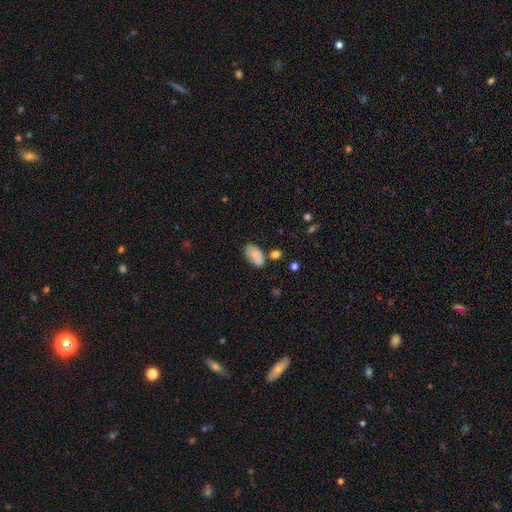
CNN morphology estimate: smooth 81%, featured or disk 11%, star or artifact 8%. Down the decision tree: how rounded — in between (93%); merging — none (57%).